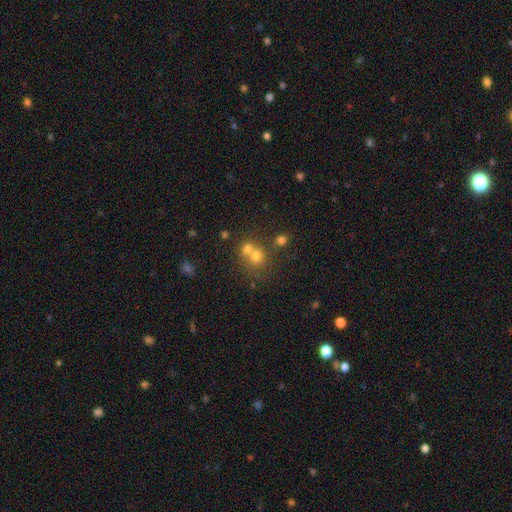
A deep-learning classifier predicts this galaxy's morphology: Smooth or featured: smooth — 65% (star or artifact — 19%)
How rounded: round — 81% (in between — 18%)
Merging: merger — 52% (none — 39%)